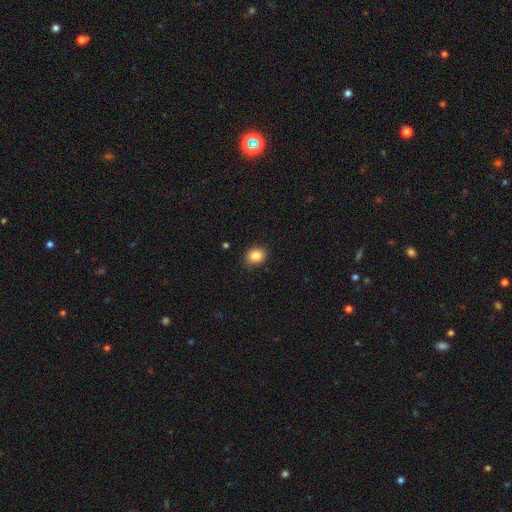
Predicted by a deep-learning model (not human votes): Smooth or featured?
  - smooth: 86% *
  - star or artifact: 9%
  - featured or disk: 5%
How rounded?
  - round: 50% *
  - in between: 49%
  - cigar-shaped: 1%
Merging?
  - none: 85% *
  - minor disturbance: 12%
  - major disturbance: 2%
  - merger: 1%